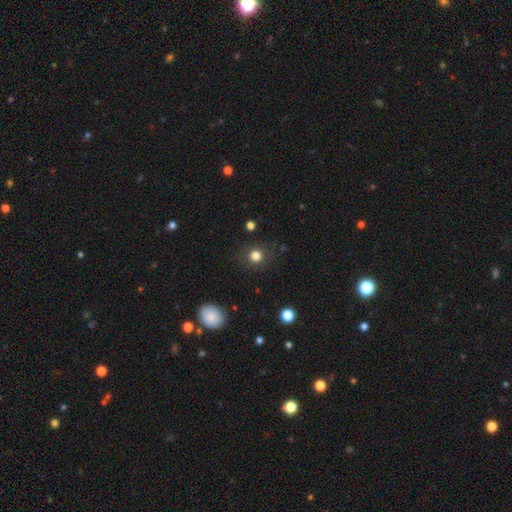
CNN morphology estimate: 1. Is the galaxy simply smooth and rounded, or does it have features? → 81% smooth, 14% star or artifact, 5% featured or disk.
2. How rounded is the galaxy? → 89% round, 10% in between, 1% cigar-shaped.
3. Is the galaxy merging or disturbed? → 86% none, 9% minor disturbance, 4% major disturbance, 2% merger.